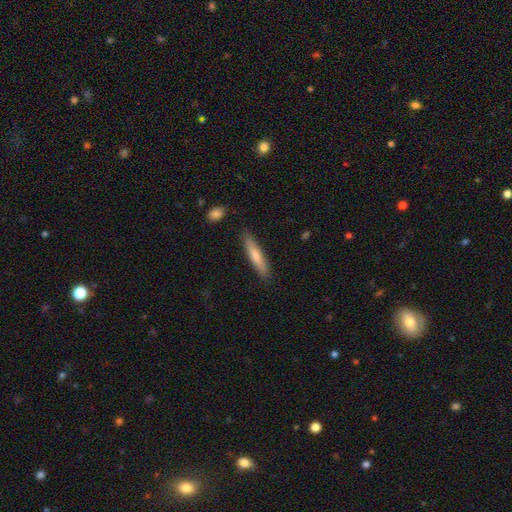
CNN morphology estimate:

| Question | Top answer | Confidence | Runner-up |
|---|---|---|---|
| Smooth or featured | smooth | 69% | featured or disk (26%) |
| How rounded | cigar-shaped | 88% | in between (11%) |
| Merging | none | 87% | minor disturbance (9%) |